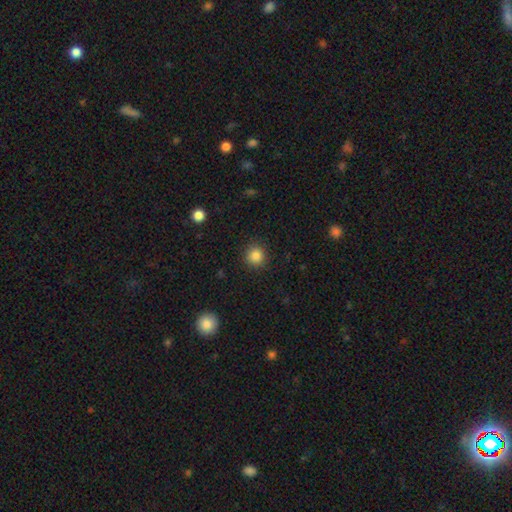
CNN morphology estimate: This appears to be a smooth galaxy with no disk features (85%) that is round (93%). Merging: none (91%).